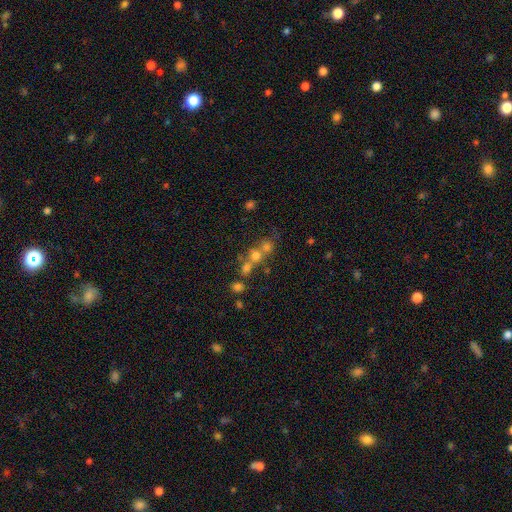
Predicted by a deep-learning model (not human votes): Q: Smooth or featured?
A: smooth (58%); runner-up: featured or disk (21%)
Q: How rounded?
A: round (79%); runner-up: in between (19%)
Q: Merging?
A: merger (53%); runner-up: none (35%)